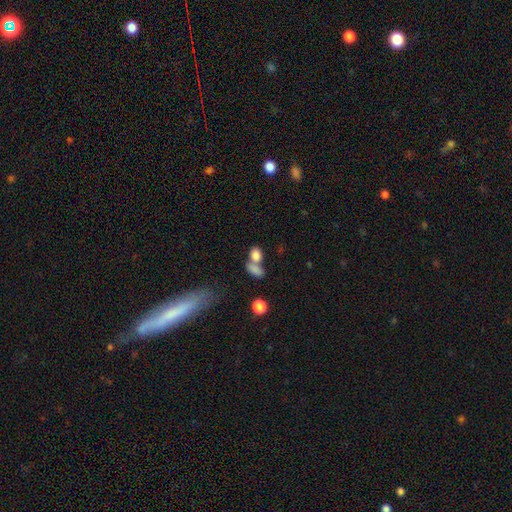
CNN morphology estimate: This appears to be a smooth galaxy with no disk features (80%) that is in between round and cigar-shaped (72%). Merging: merger (50%).